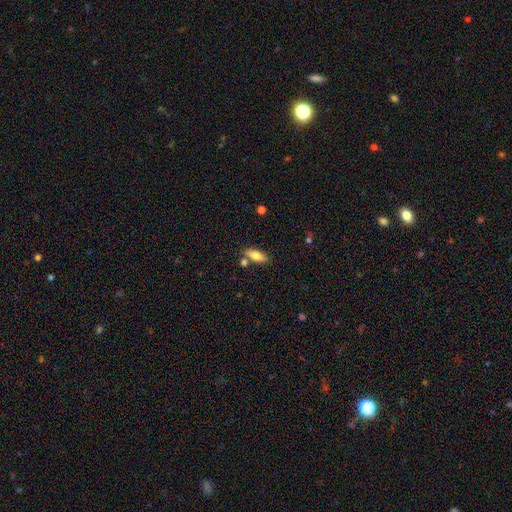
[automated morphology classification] Smooth or featured? Predicted: smooth (p=0.76). How rounded? Predicted: in between (p=0.73). Merging? Predicted: none (p=0.75).